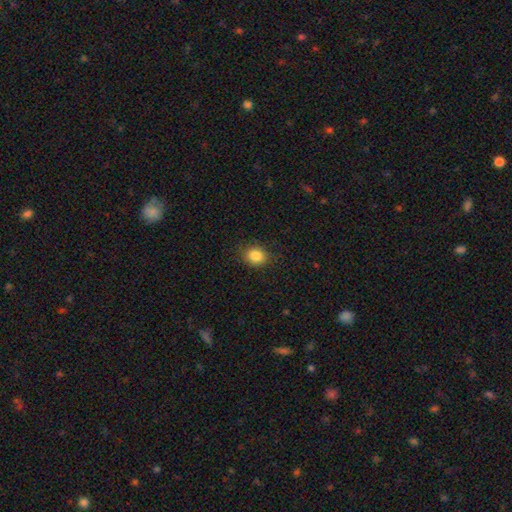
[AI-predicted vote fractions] A smooth galaxy with no disk features (86%) that is round (58%). Merging: none (85%).